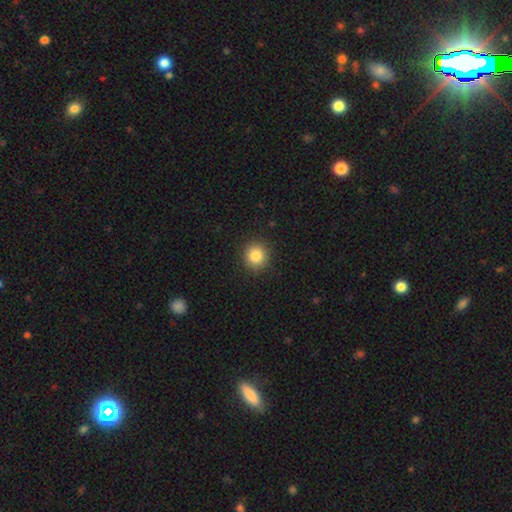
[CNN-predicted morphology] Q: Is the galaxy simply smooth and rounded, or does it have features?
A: smooth — 85%.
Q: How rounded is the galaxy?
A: round — 91%.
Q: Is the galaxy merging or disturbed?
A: none — 90%.